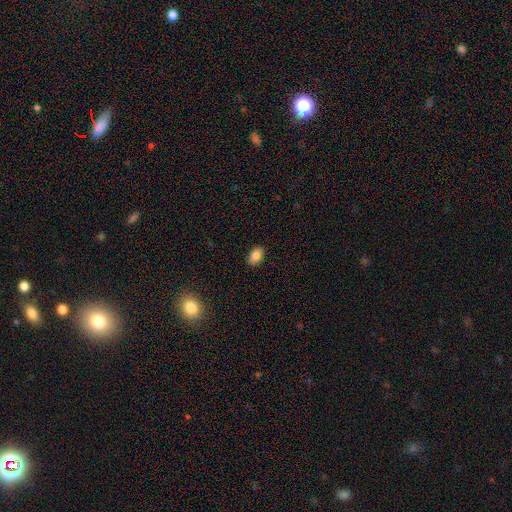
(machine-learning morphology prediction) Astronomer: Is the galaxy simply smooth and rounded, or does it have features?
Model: smooth — 87%.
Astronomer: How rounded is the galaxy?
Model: in between — 86%.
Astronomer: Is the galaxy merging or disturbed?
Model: none — 88%.